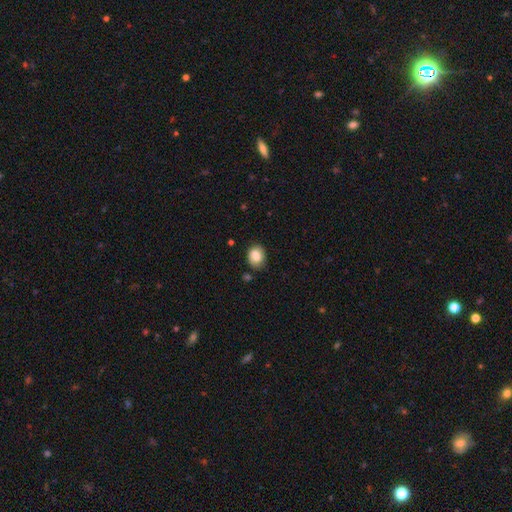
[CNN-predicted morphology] smooth-or-featured: smooth: 79% | featured or disk: 13% | star or artifact: 8%
  how-rounded: in between: 56% | round: 43% | cigar-shaped: 1%
  merging: none: 78% | minor disturbance: 16% | major disturbance: 3% | merger: 3%